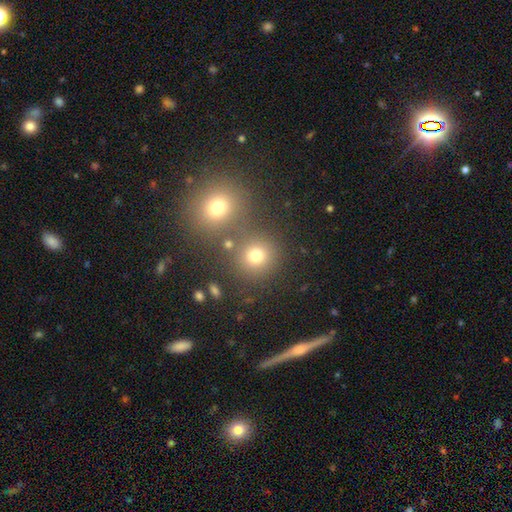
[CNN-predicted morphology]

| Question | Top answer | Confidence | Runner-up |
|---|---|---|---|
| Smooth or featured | smooth | 75% | star or artifact (18%) |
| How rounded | round | 87% | in between (12%) |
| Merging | none | 70% | merger (18%) |